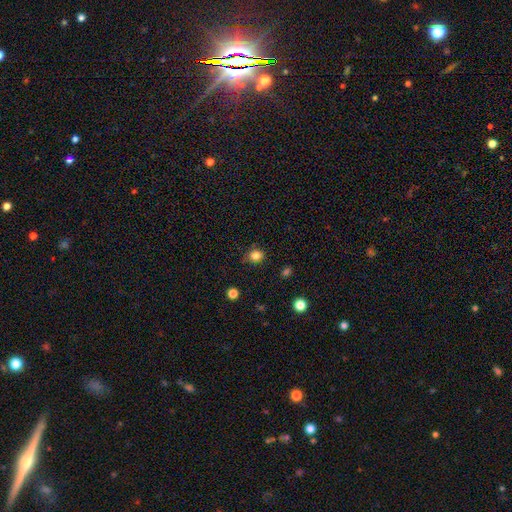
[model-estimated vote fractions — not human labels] This appears to be a smooth galaxy with no disk features (82%) that is round (75%). Merging: none (83%).